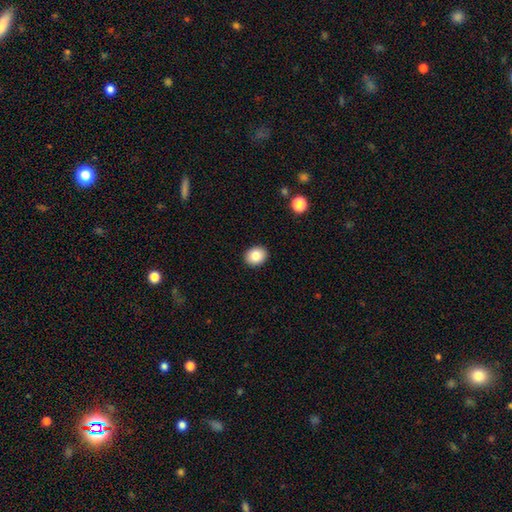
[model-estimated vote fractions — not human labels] Overall: smooth (83%). How rounded: round (57%; in between 42%). Merging: none (91%).